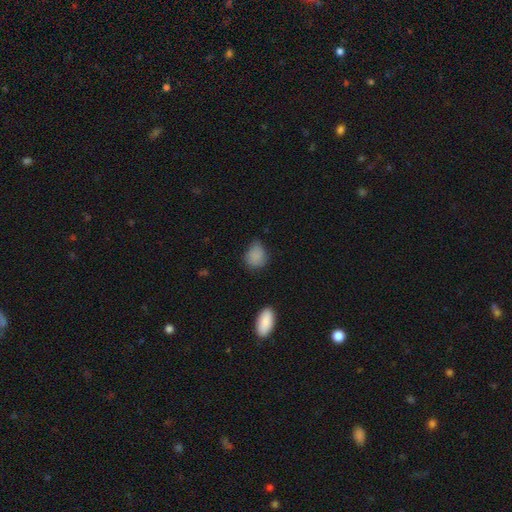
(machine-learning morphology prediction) Overall: smooth (85%). How rounded: in between (51%; round 48%). Merging: none (60%; minor disturbance 32%).